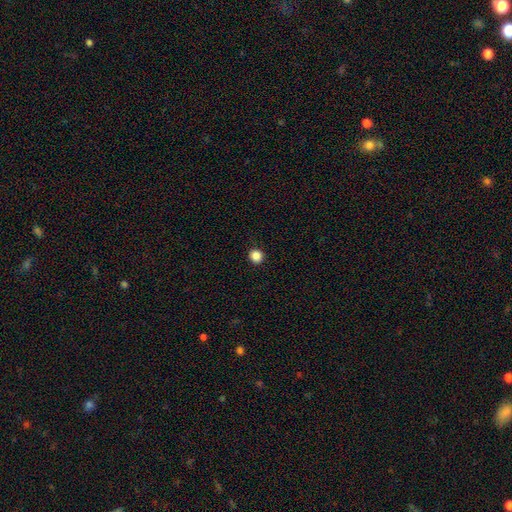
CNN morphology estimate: The model was most divided on "smooth or featured": smooth: 86%, star or artifact: 11%, featured or disk: 3%. More confident: merging — none (93%); how rounded — round (92%).